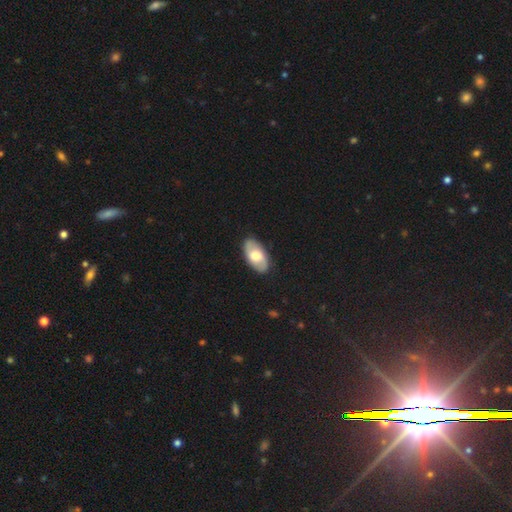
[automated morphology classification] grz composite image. It shows a smooth galaxy with no disk features (48%). Merging: none (86%).